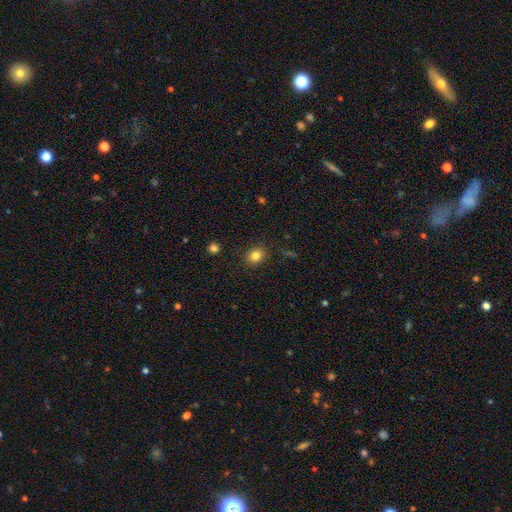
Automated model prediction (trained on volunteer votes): A smooth galaxy with no disk features (83%) that is round (66%). Merging: none (88%).